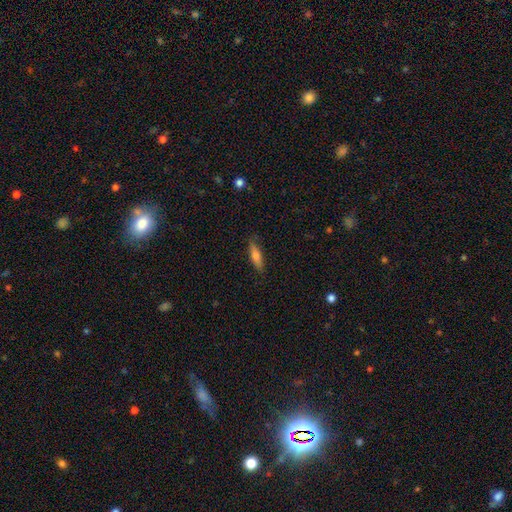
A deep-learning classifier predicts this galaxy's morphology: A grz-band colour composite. It shows a smooth galaxy with no disk features (70%) that is cigar-shaped (66%). Merging: none (85%).